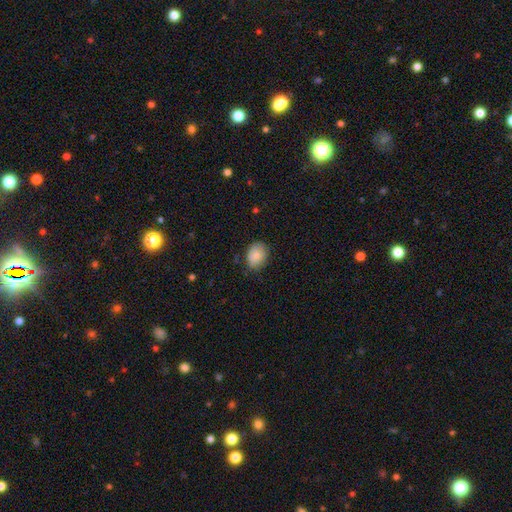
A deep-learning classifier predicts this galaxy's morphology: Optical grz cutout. It shows a smooth galaxy with no disk features (84%) that is in between round and cigar-shaped (63%). Merging: none (74%).